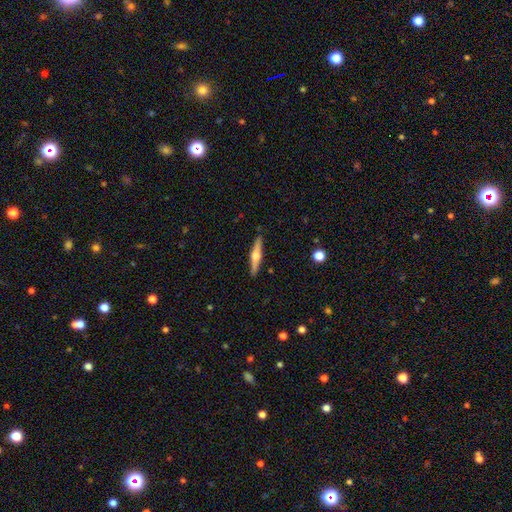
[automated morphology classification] The model was most divided on "smooth or featured": featured or disk: 67%, smooth: 27%, star or artifact: 5%. More confident: edge-on disk — yes (98%); edge-on bulge — rounded (91%); merging — none (90%).